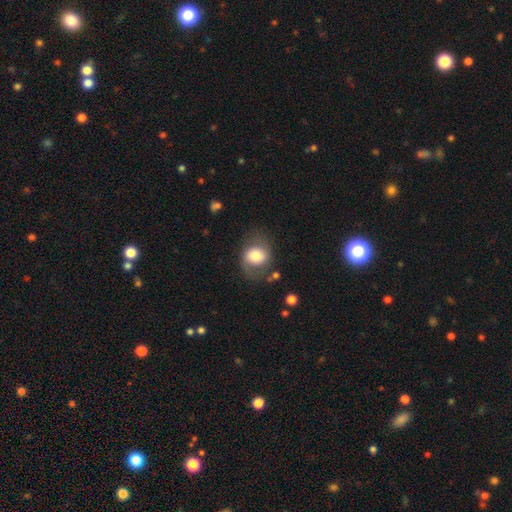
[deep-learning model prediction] Smooth or featured?
  - smooth: 58% *
  - featured or disk: 34%
  - star or artifact: 8%
How rounded?
  - round: 57% *
  - in between: 42%
  - cigar-shaped: 1%
Merging?
  - none: 61% *
  - minor disturbance: 21%
  - major disturbance: 14%
  - merger: 3%